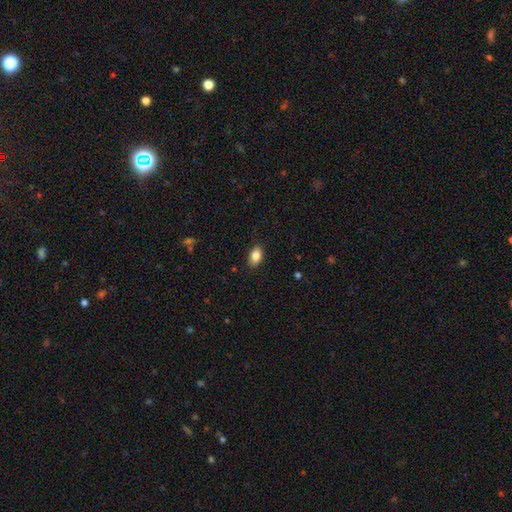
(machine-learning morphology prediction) The model was most divided on "merging": none: 86%, minor disturbance: 11%, major disturbance: 2%, merger: 1%. More confident: how rounded — in between (89%); smooth or featured — smooth (86%).